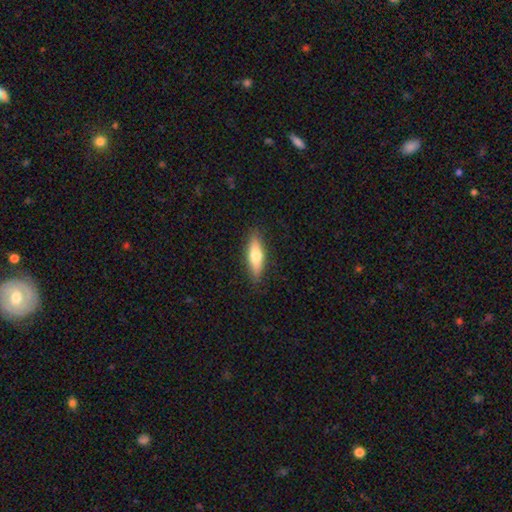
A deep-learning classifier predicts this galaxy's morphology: smooth-or-featured: smooth: 64% | featured or disk: 30% | star or artifact: 6%
  how-rounded: cigar-shaped: 56% | in between: 41% | round: 2%
  merging: none: 87% | minor disturbance: 9% | major disturbance: 2% | merger: 1%